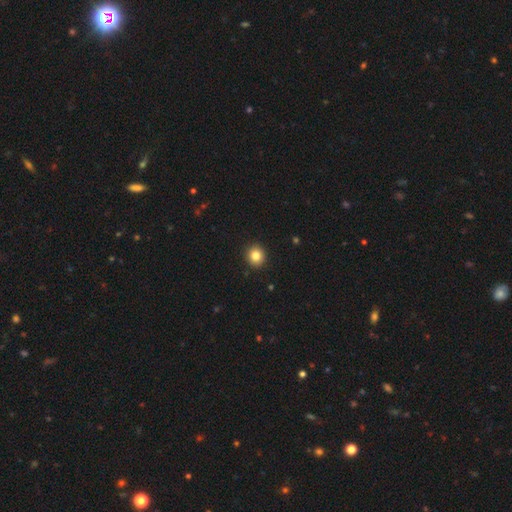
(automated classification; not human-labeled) Smooth or featured: smooth — 83% (star or artifact — 11%)
How rounded: round — 88% (in between — 11%)
Merging: none — 93% (minor disturbance — 5%)